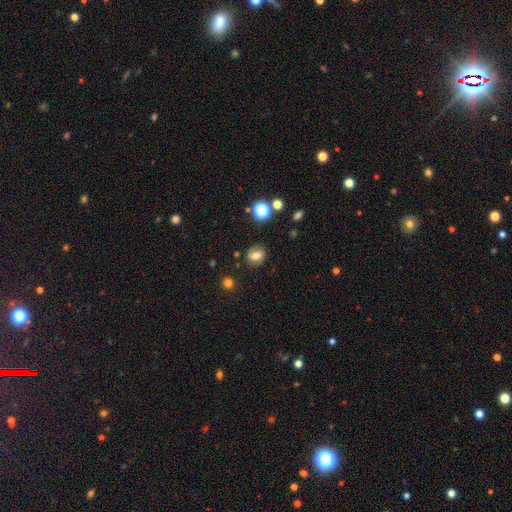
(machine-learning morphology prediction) Smooth or featured? Predicted: smooth (p=0.61). How rounded? Predicted: round (p=0.59). Merging? Predicted: none (p=0.79).